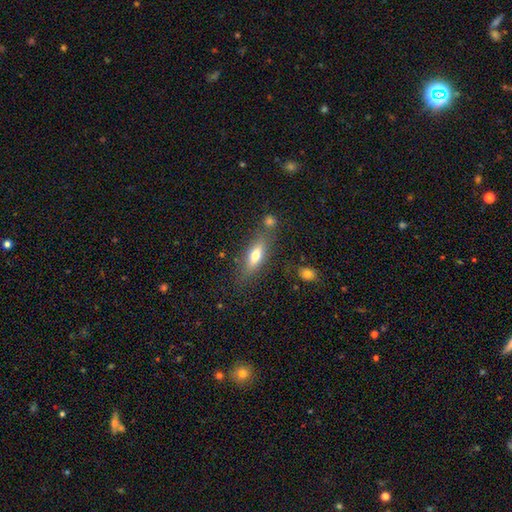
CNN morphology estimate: Q: Smooth or featured?
A: smooth (64%); runner-up: featured or disk (28%)
Q: How rounded?
A: in between (53%); runner-up: cigar-shaped (44%)
Q: Merging?
A: none (74%); runner-up: minor disturbance (14%)